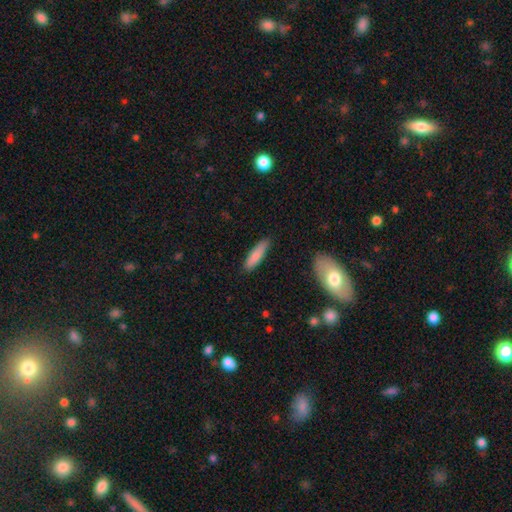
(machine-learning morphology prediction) Overall: smooth (84%). How rounded: cigar-shaped (66%; in between 33%). Merging: none (83%).